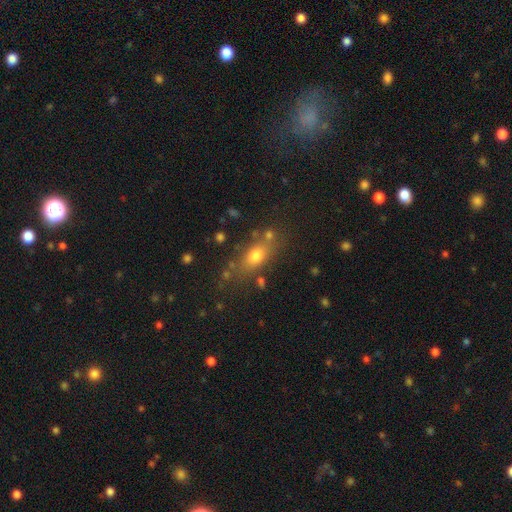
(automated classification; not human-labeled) A smooth galaxy with no disk features (70%) that is in between round and cigar-shaped (67%). Merging: none (71%).